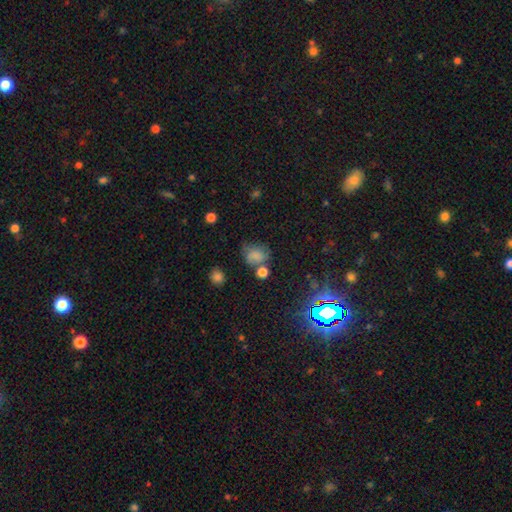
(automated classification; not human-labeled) Q: Smooth or featured?
A: smooth (71%); runner-up: star or artifact (17%)
Q: How rounded?
A: round (55%); runner-up: in between (44%)
Q: Merging?
A: none (48%); runner-up: minor disturbance (24%)